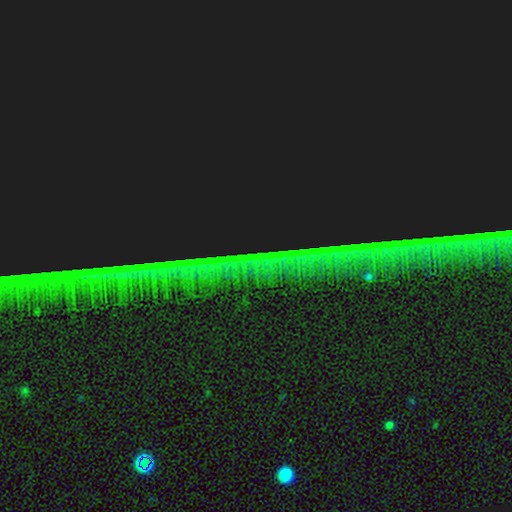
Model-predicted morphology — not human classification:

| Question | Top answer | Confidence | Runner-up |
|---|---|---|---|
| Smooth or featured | star or artifact | 85% | featured or disk (8%) |